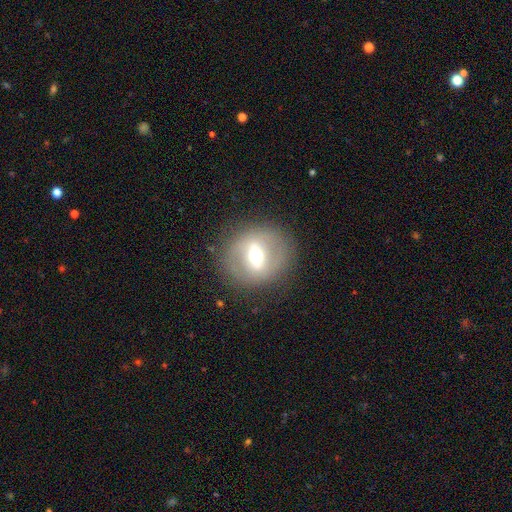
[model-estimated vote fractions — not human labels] smooth-or-featured: featured or disk: 63% | smooth: 29% | star or artifact: 8%
  disk-edge-on: no: 84% | yes: 16%
    bar: strong: 57% | weak: 31% | no: 12%
    has-spiral-arms: no: 76% | yes: 24%
    bulge-size: moderate: 69% | large: 17% | small: 11% | dominant: 2% | none: 1%
  merging: none: 83% | minor disturbance: 10% | major disturbance: 6% | merger: 1%